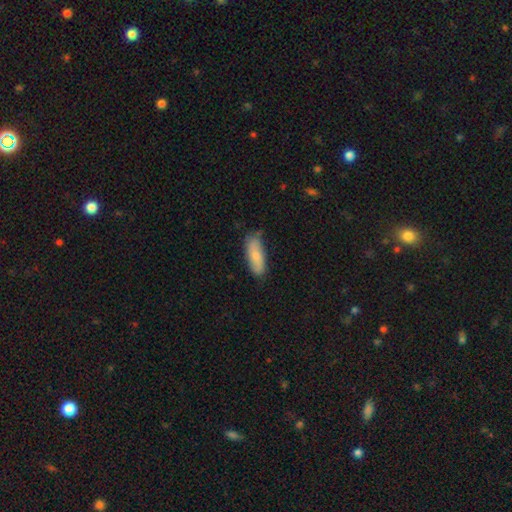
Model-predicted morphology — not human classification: Smooth or featured: smooth — 76% (featured or disk — 18%)
How rounded: in between — 67% (cigar-shaped — 31%)
Merging: none — 72% (minor disturbance — 22%)